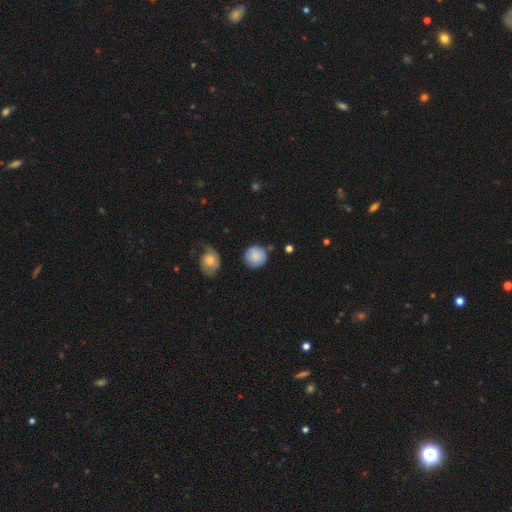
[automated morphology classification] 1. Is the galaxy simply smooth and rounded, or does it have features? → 84% smooth, 9% featured or disk, 7% star or artifact.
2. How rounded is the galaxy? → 92% round, 7% in between, 1% cigar-shaped.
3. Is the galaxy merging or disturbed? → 79% none, 14% minor disturbance, 4% major disturbance, 3% merger.